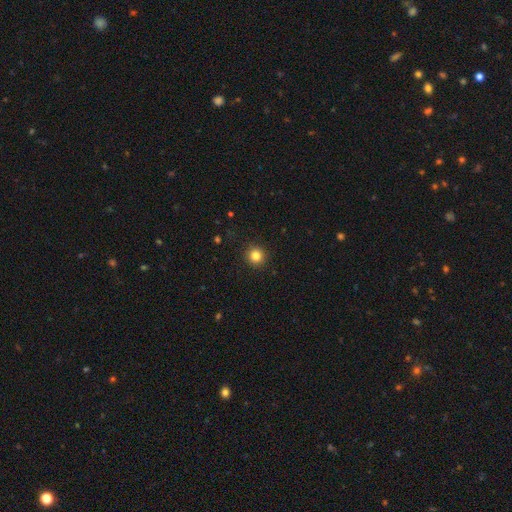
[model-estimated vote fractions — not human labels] smooth_or_featured: smooth (p=0.83) [alt: star or artifact p=0.12]
how_rounded: round (p=0.94) [alt: in between p=0.06]
merging: none (p=0.92) [alt: minor disturbance p=0.05]